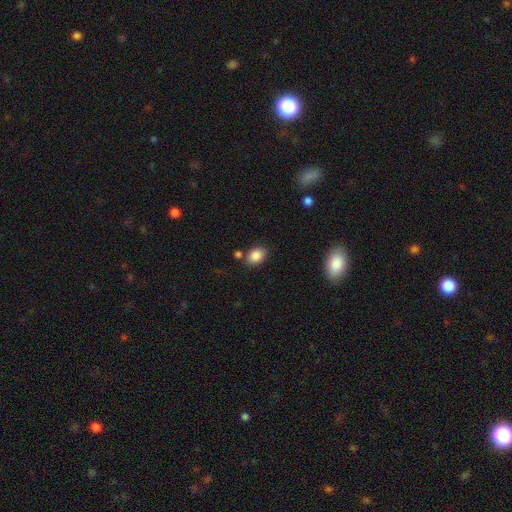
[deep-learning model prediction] Morphology: type=smooth (86%); roundness=in between (70%); merging=none (76%).